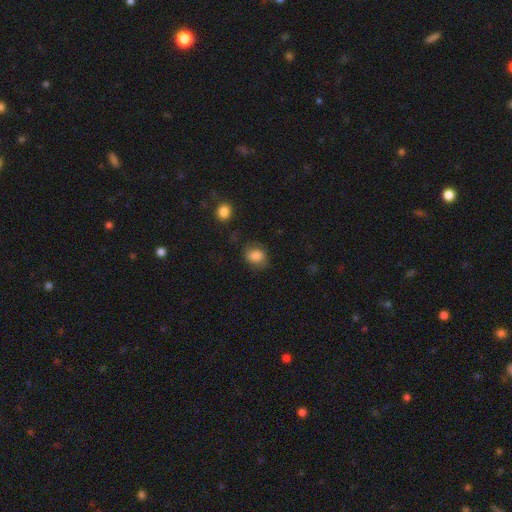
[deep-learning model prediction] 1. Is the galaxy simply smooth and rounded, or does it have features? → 79% smooth, 12% featured or disk, 9% star or artifact.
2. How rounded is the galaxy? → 50% round, 49% in between, 1% cigar-shaped.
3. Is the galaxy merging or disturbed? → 64% none, 23% minor disturbance, 10% major disturbance, 3% merger.